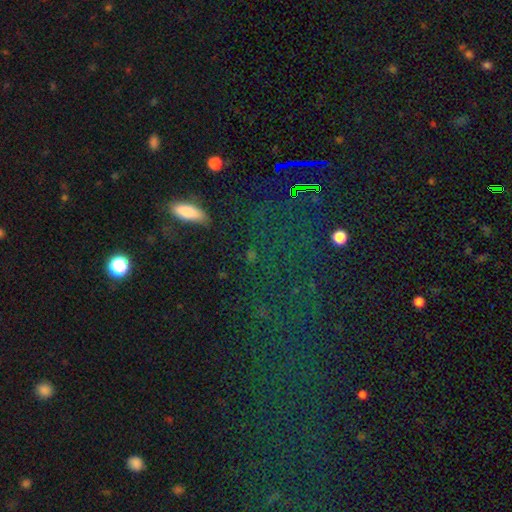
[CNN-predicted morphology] Overall: star or artifact (50%; smooth 34%).